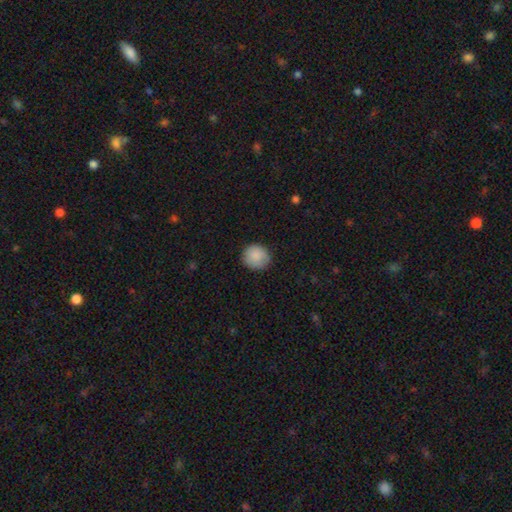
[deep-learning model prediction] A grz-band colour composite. It shows a smooth galaxy with no disk features (88%) that is round (89%). Merging: none (86%).